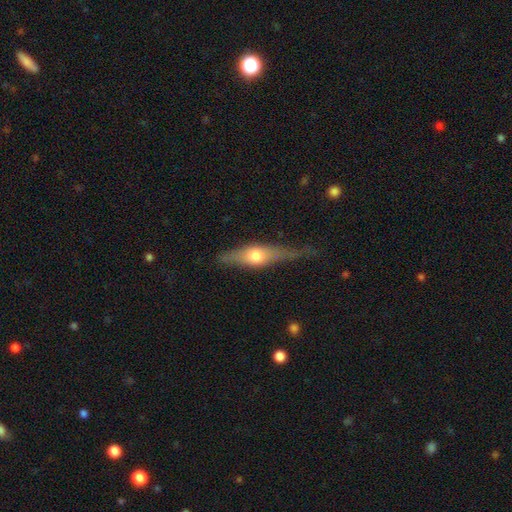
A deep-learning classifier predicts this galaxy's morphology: This appears to be a featured or disk galaxy (53%) viewed edge-on (87%). Merging: none (60%).